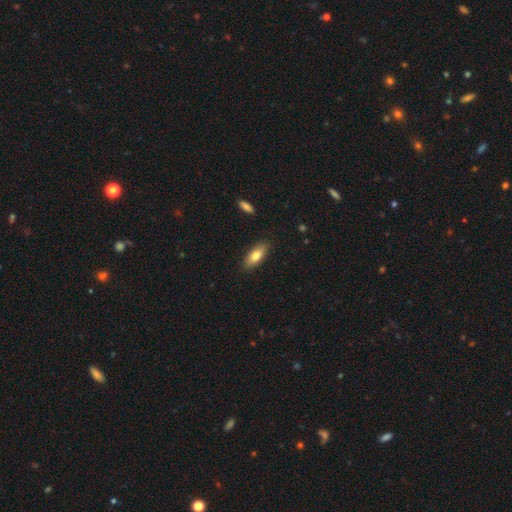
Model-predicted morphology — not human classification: Smooth or featured? Predicted: smooth (p=0.78). How rounded? Predicted: in between (p=0.76). Merging? Predicted: none (p=0.87).